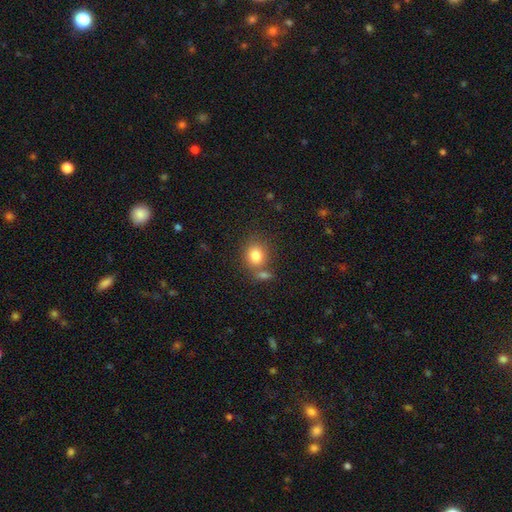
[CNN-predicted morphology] type=smooth (82%); roundness=round (69%); merging=none (64%).